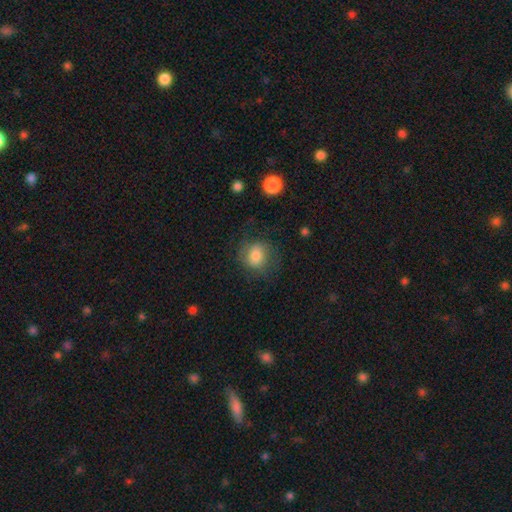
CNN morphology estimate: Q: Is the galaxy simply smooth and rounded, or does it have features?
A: smooth — 77%.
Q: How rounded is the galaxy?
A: round — 73%.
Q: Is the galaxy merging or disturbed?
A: none — 69%.